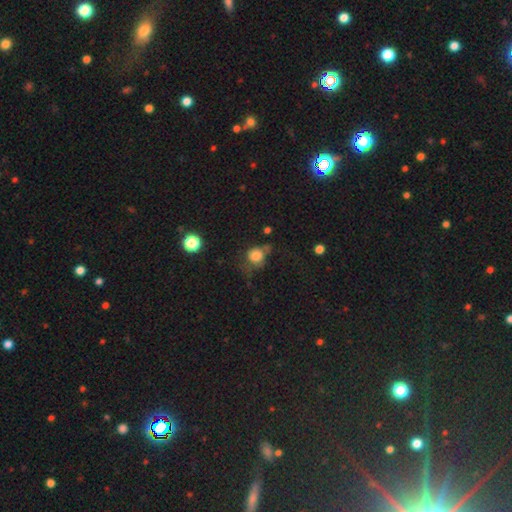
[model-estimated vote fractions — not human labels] This is likely a smooth galaxy (78%). How rounded: clearly round (81%). Merging: possibly none (45%).